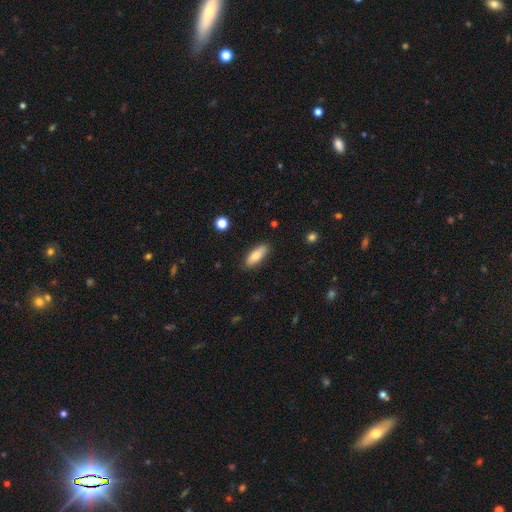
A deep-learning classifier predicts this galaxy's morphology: Smooth or featured: smooth — 79% (featured or disk — 15%)
How rounded: in between — 70% (cigar-shaped — 28%)
Merging: none — 85% (minor disturbance — 11%)